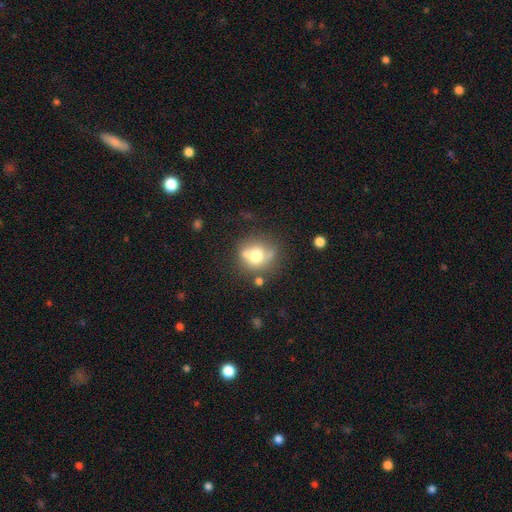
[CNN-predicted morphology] smooth_or_featured: smooth (p=0.65) [alt: featured or disk p=0.24]
how_rounded: round (p=0.80) [alt: in between p=0.19]
merging: none (p=0.53) [alt: merger p=0.23]